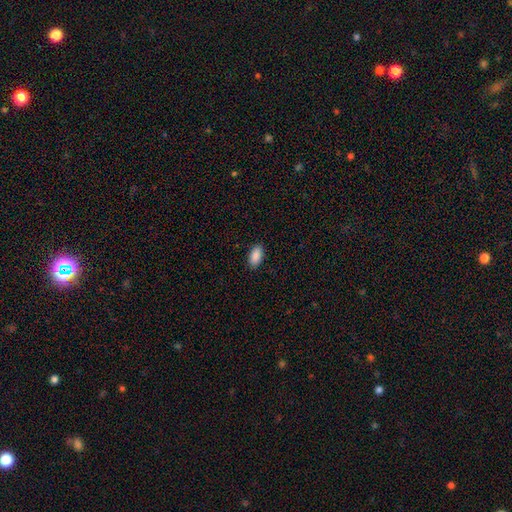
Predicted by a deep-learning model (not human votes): smooth_or_featured: smooth (p=0.90) [alt: star or artifact p=0.07]
how_rounded: in between (p=0.93) [alt: cigar-shaped p=0.05]
merging: none (p=0.89) [alt: minor disturbance p=0.08]